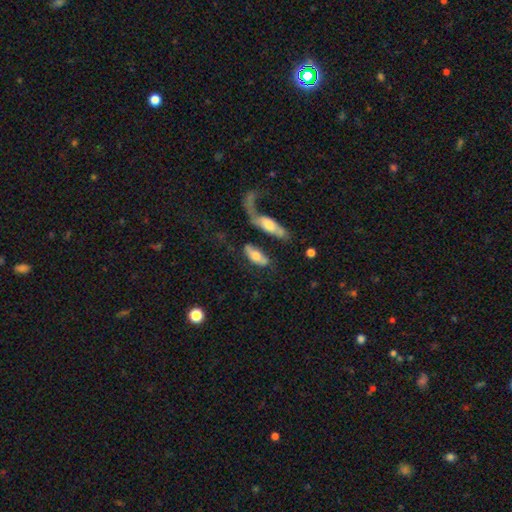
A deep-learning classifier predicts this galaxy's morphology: The model was most divided on "merging": none: 39%, merger: 26%, major disturbance: 17%, minor disturbance: 17%. More confident: how rounded — in between (77%); smooth or featured — smooth (58%).